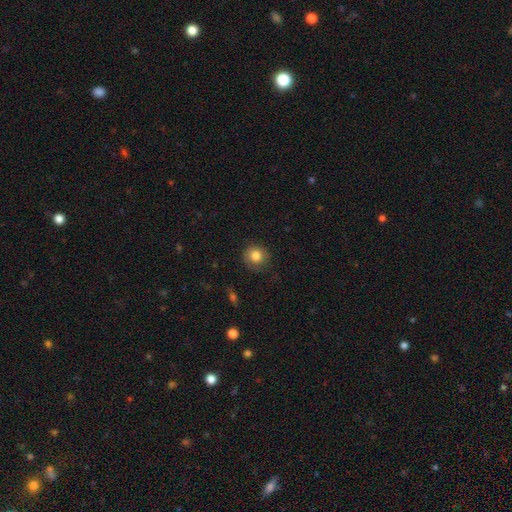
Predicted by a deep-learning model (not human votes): Smooth or featured: smooth — 83% (star or artifact — 9%)
How rounded: round — 90% (in between — 9%)
Merging: none — 79% (minor disturbance — 15%)